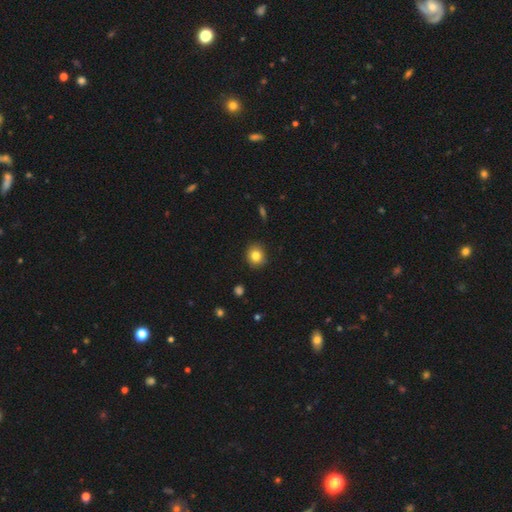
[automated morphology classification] This is clearly a smooth galaxy (82%). How rounded: likely round (80%). Merging: clearly none (90%).